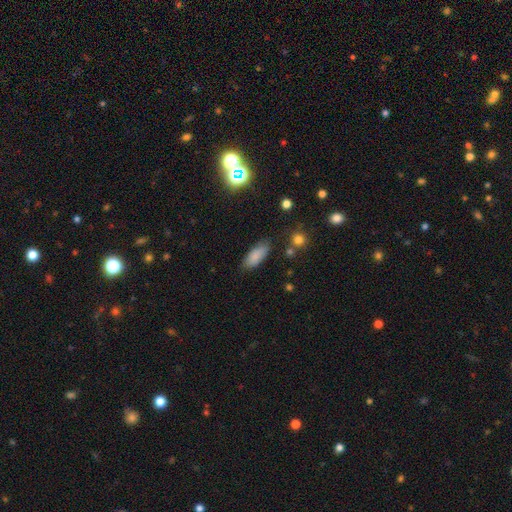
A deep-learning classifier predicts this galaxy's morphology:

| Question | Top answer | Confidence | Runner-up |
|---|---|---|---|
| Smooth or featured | smooth | 84% | star or artifact (8%) |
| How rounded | in between | 83% | cigar-shaped (15%) |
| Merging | none | 79% | minor disturbance (15%) |